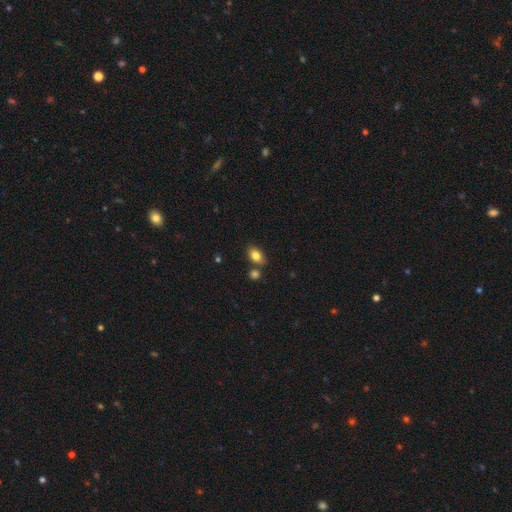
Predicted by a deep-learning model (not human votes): Smooth or featured? Predicted: smooth (p=0.82). How rounded? Predicted: in between (p=0.85). Merging? Predicted: none (p=0.72).